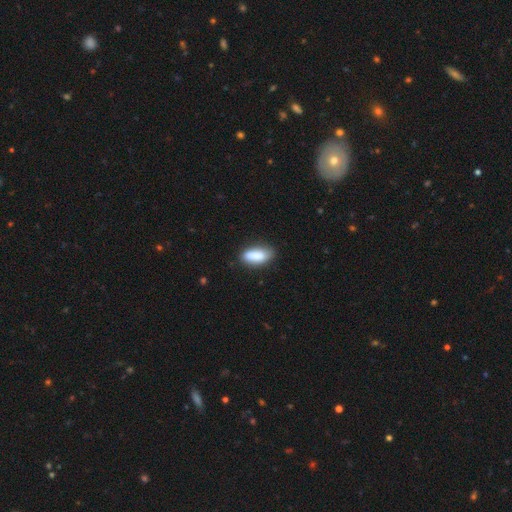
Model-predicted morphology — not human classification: The model was most divided on "merging": none: 77%, minor disturbance: 18%, major disturbance: 3%, merger: 2%. More confident: smooth or featured — smooth (87%); how rounded — in between (83%).